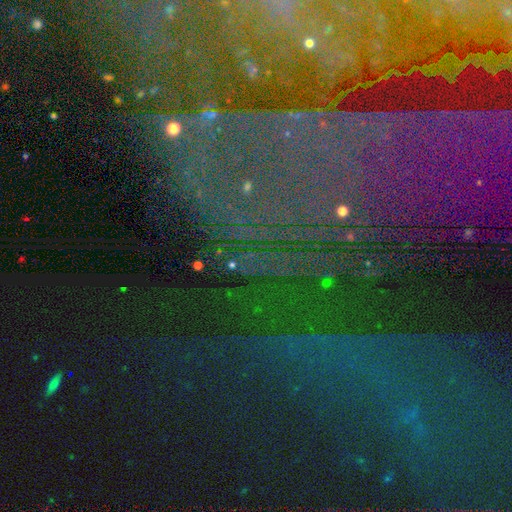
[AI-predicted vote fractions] Smooth or featured? Predicted: star or artifact (p=0.70).